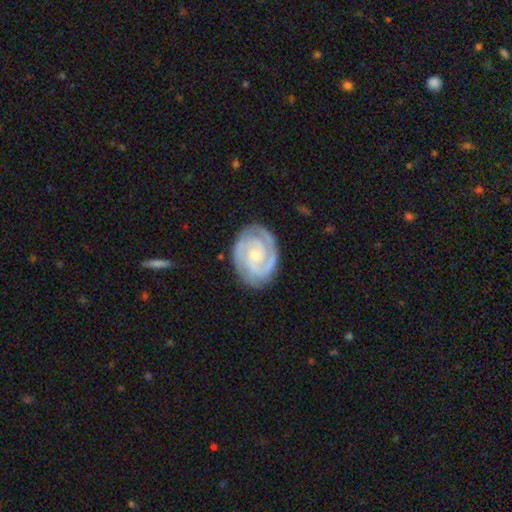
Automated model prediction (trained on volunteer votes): Smooth or featured? Predicted: featured or disk (p=0.88). Edge-on disk? Predicted: no (p=0.98). Bar? Predicted: no (p=0.67). Spiral arms? Predicted: yes (p=0.97). Spiral winding? Predicted: tight (p=0.67). Spiral arm count? Predicted: 2 (p=0.70). Bulge size? Predicted: small (p=0.65). Merging? Predicted: none (p=0.83).